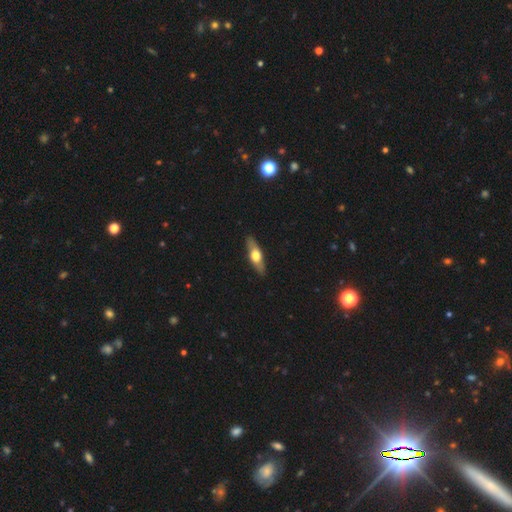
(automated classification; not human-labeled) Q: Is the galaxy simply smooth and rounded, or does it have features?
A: featured or disk — 49%.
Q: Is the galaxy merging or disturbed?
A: none — 88%.